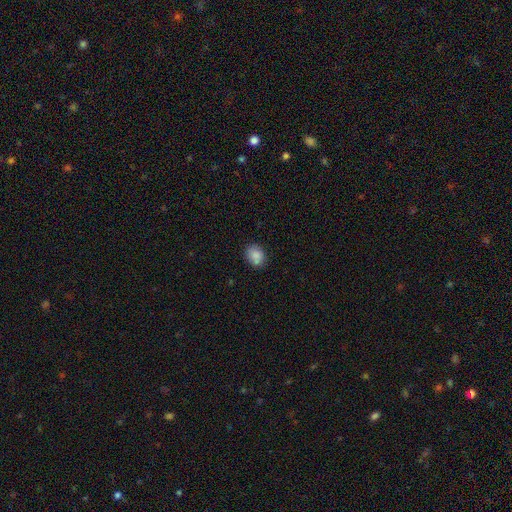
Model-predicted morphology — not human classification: Smooth or featured? smooth (83%)
How rounded? in between (52%)
Merging? none (71%)